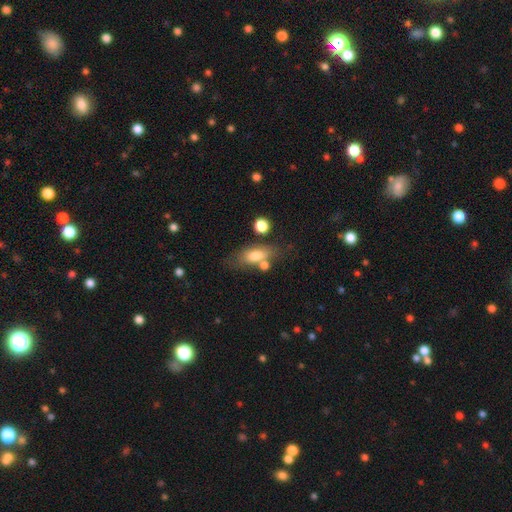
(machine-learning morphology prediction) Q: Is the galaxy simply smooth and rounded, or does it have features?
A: smooth — 74%.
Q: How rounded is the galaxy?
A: in between — 77%.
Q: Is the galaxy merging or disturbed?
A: none — 55%.